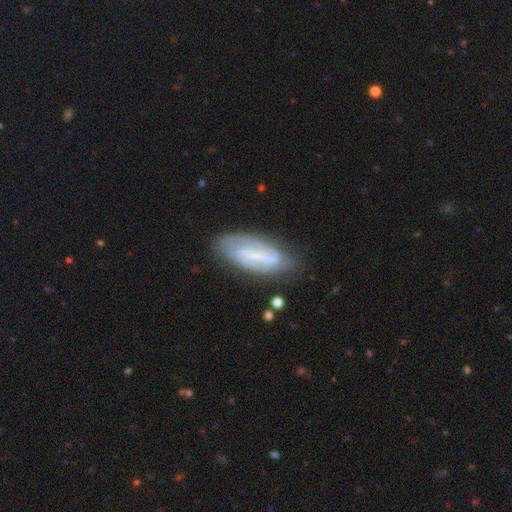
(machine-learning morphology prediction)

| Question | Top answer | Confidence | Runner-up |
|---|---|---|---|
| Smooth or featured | featured or disk | 73% | smooth (20%) |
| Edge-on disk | no | 86% | yes (14%) |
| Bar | strong | 59% | weak (29%) |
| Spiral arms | yes | 72% | no (28%) |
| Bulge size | small | 51% | none (26%) |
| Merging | none | 72% | minor disturbance (19%) |